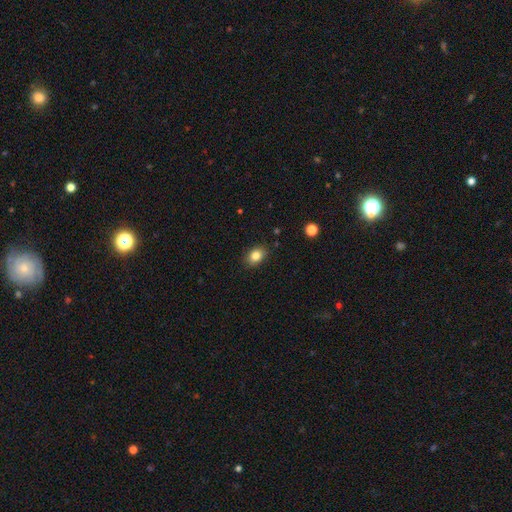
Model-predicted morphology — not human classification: Overall: smooth (84%). How rounded: in between (68%; round 30%). Merging: none (86%).